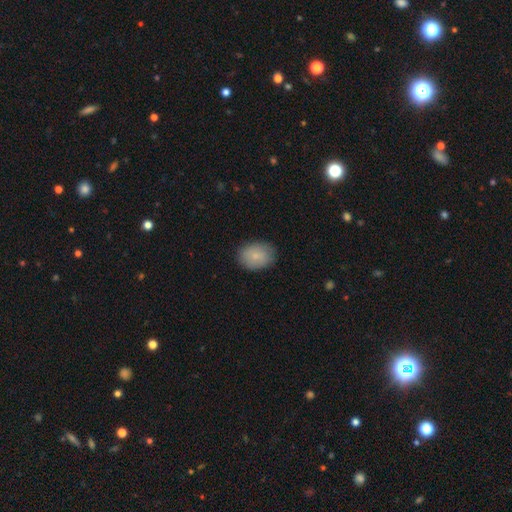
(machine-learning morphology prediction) Smooth or featured?
  - smooth: 83% *
  - featured or disk: 9%
  - star or artifact: 7%
How rounded?
  - in between: 60% *
  - round: 39%
  - cigar-shaped: 1%
Merging?
  - none: 83% *
  - minor disturbance: 13%
  - major disturbance: 3%
  - merger: 1%